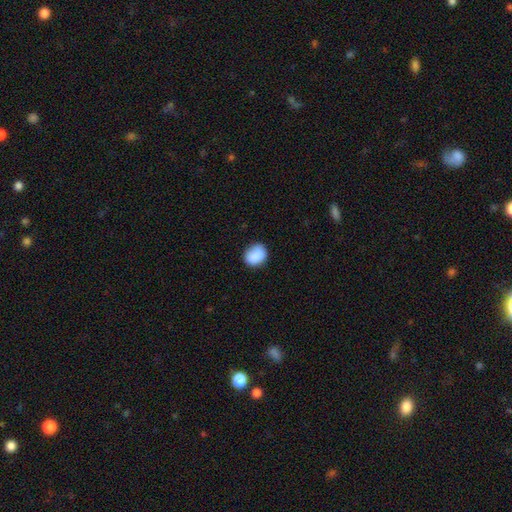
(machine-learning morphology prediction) Smooth or featured: smooth — 87% (star or artifact — 8%)
How rounded: round — 54% (in between — 45%)
Merging: none — 76% (minor disturbance — 19%)